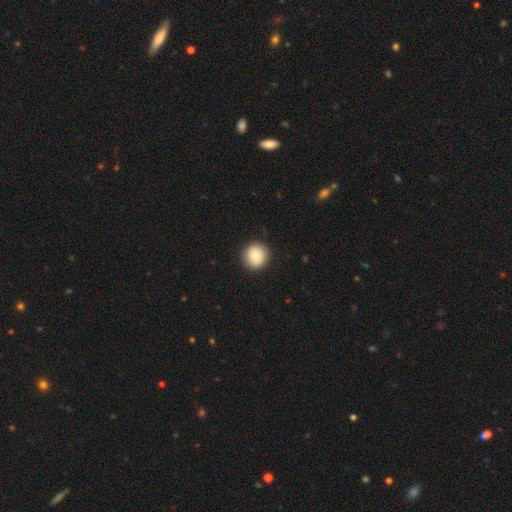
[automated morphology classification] A smooth galaxy with no disk features (81%) that is round (94%). Merging: none (90%).